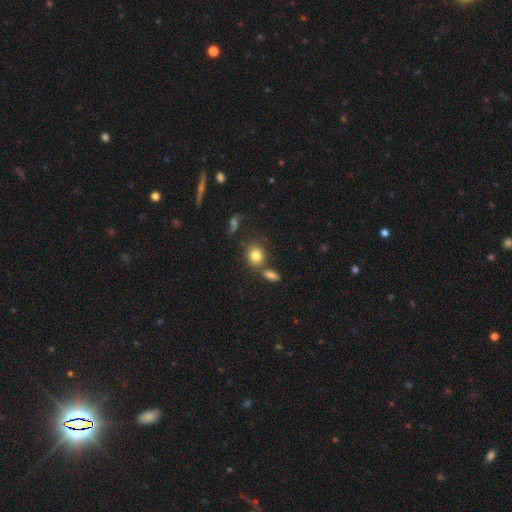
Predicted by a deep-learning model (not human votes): The model was most divided on "how rounded": round: 72%, in between: 26%, cigar-shaped: 2%. More confident: smooth or featured — smooth (81%); merging — none (67%).